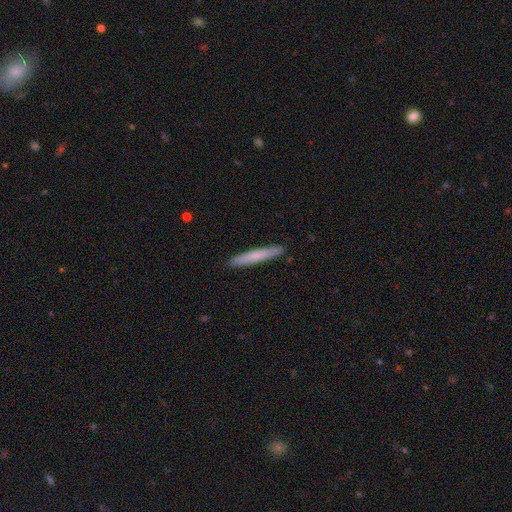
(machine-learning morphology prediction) The model was most divided on "smooth or featured": smooth: 69%, featured or disk: 25%, star or artifact: 5%. More confident: how rounded — cigar-shaped (96%); merging — none (92%).